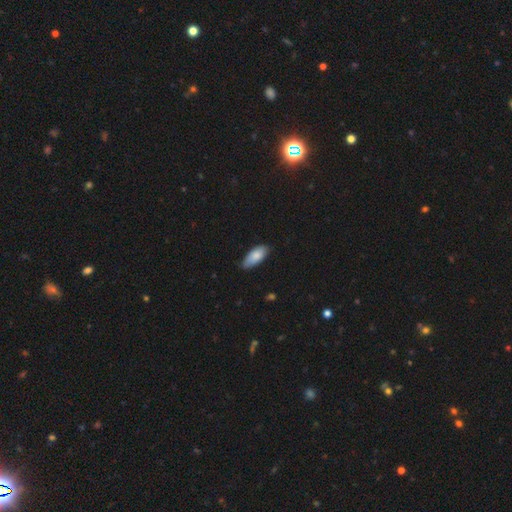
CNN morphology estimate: type=smooth (82%); roundness=in between (85%); merging=none (74%).